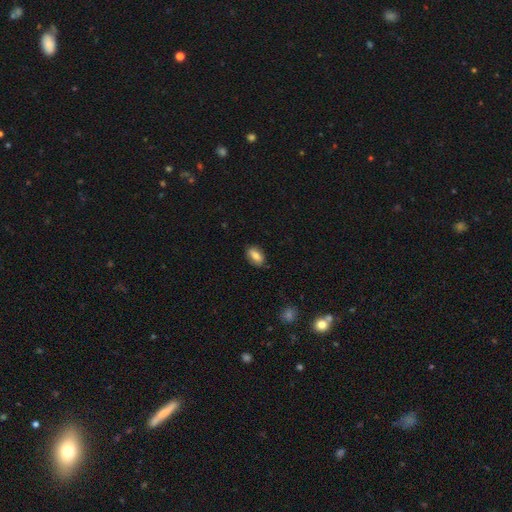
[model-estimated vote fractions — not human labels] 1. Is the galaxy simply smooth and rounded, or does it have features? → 72% smooth, 21% featured or disk, 8% star or artifact.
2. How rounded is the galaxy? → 87% in between, 7% round, 6% cigar-shaped.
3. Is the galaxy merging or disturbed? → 82% none, 14% minor disturbance, 3% major disturbance, 1% merger.